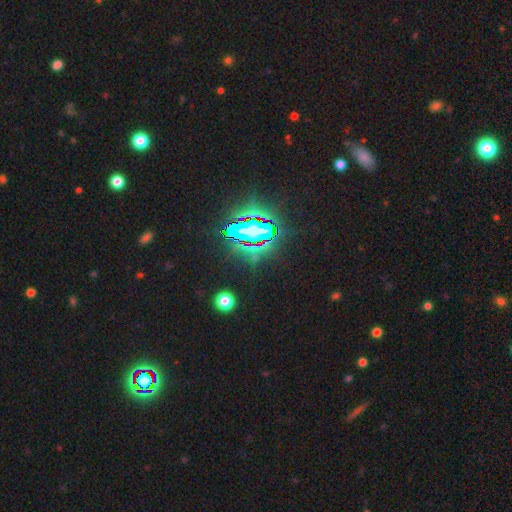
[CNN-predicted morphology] Q: Smooth or featured?
A: star or artifact (79%); runner-up: smooth (11%)